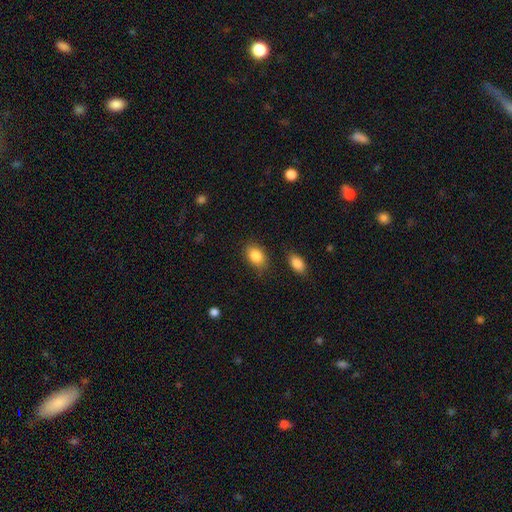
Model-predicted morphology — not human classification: Smooth or featured? smooth (86%)
How rounded? in between (79%)
Merging? none (77%)